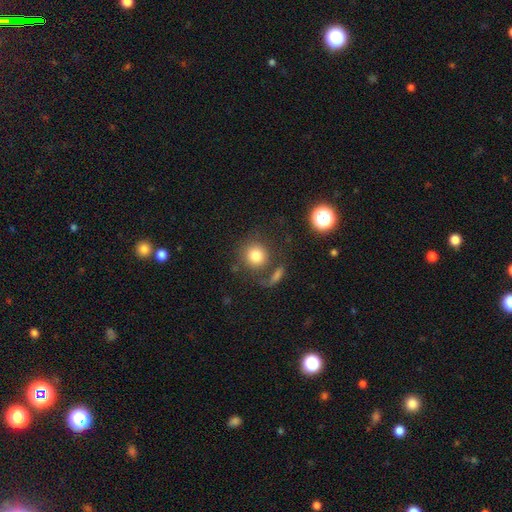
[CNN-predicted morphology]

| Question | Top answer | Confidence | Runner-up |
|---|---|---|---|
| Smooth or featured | smooth | 80% | star or artifact (10%) |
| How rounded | round | 89% | in between (10%) |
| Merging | none | 69% | merger (12%) |